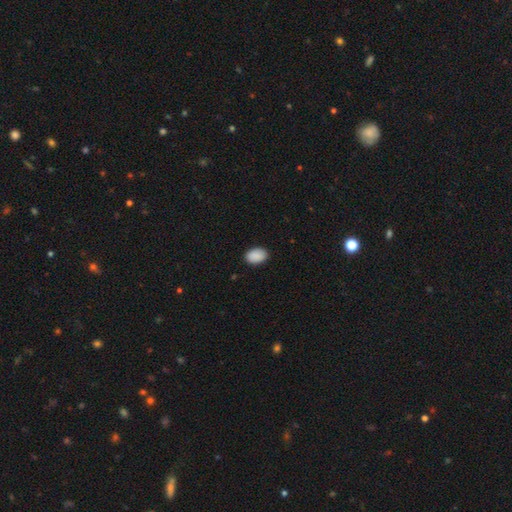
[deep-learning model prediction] smooth_or_featured: smooth (p=0.91) [alt: star or artifact p=0.07]
how_rounded: in between (p=0.87) [alt: round p=0.12]
merging: none (p=0.89) [alt: minor disturbance p=0.09]